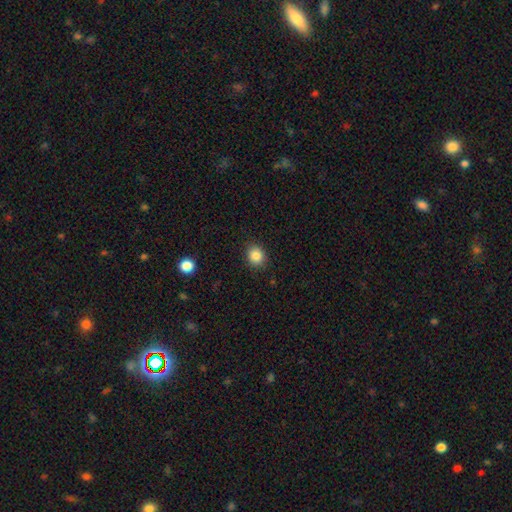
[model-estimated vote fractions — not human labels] A smooth galaxy with no disk features (86%) that is round (70%).

Vote fractions:
- Smooth or featured? smooth: 86% / star or artifact: 10% / featured or disk: 4%
- How rounded? round: 70% / in between: 29% / cigar-shaped: 1%
- Merging? none: 88% / minor disturbance: 8% / major disturbance: 2% / merger: 1%